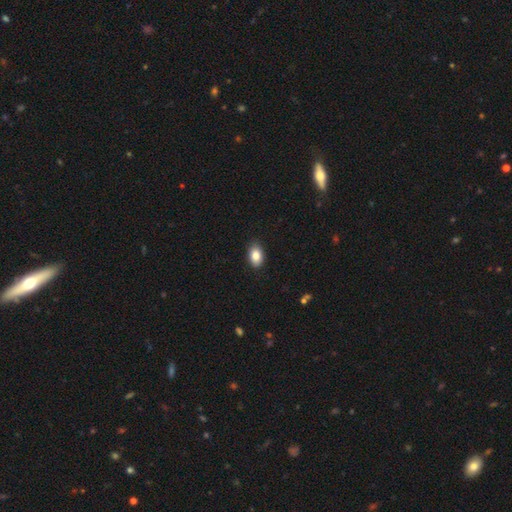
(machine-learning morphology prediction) type=smooth (86%); roundness=in between (88%); merging=none (89%).